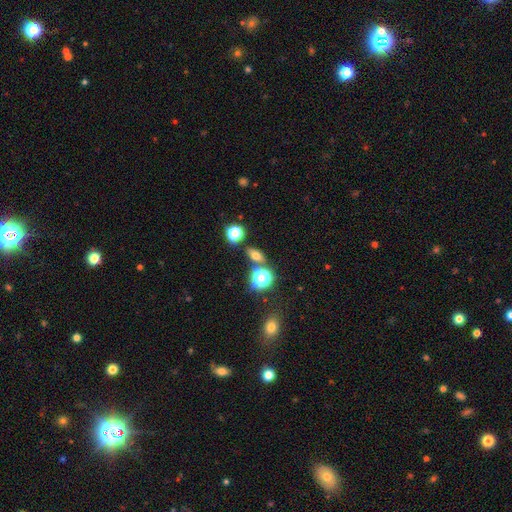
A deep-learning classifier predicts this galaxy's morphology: This appears to be a smooth galaxy with no disk features (60%) that is in between round and cigar-shaped (62%). Merging: none (79%).